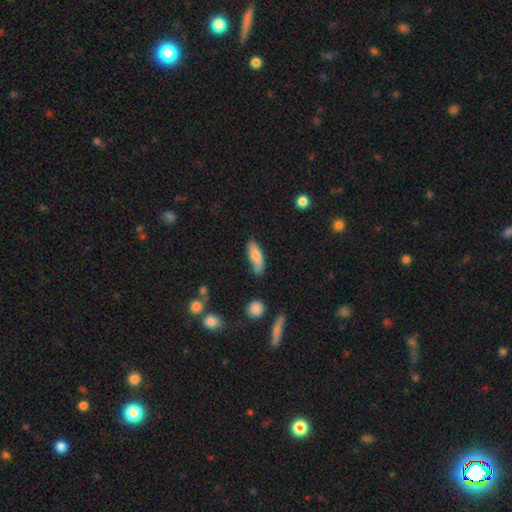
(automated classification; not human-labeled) Smooth or featured? Predicted: smooth (p=0.77). How rounded? Predicted: in between (p=0.60). Merging? Predicted: none (p=0.65).